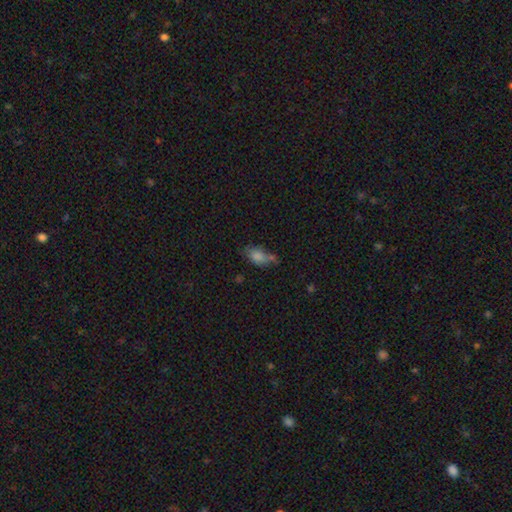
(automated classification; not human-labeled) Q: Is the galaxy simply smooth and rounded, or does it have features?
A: smooth — 76%.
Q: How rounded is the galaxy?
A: in between — 83%.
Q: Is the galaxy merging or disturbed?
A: none — 46%.